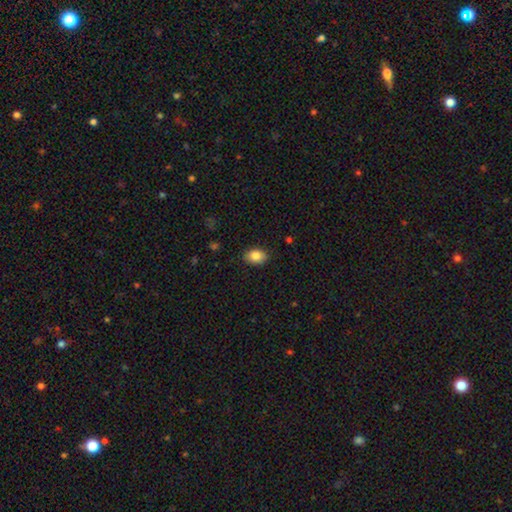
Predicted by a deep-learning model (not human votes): smooth-or-featured: smooth: 85% | star or artifact: 8% | featured or disk: 7%
  how-rounded: in between: 82% | round: 17% | cigar-shaped: 1%
  merging: none: 87% | minor disturbance: 10% | major disturbance: 2% | merger: 1%